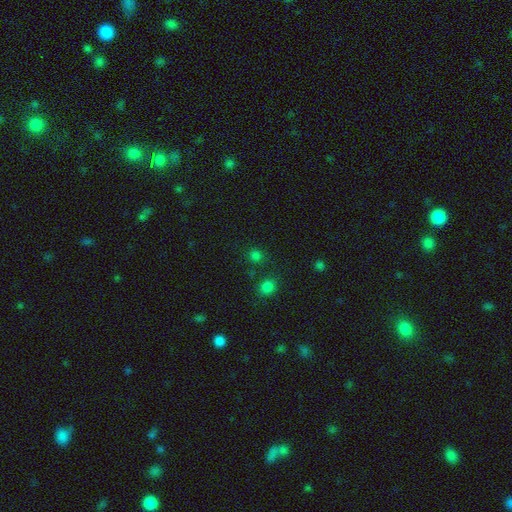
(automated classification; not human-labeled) Smooth or featured: smooth — 72% (star or artifact — 24%)
How rounded: round — 87% (in between — 12%)
Merging: none — 78% (merger — 9%)